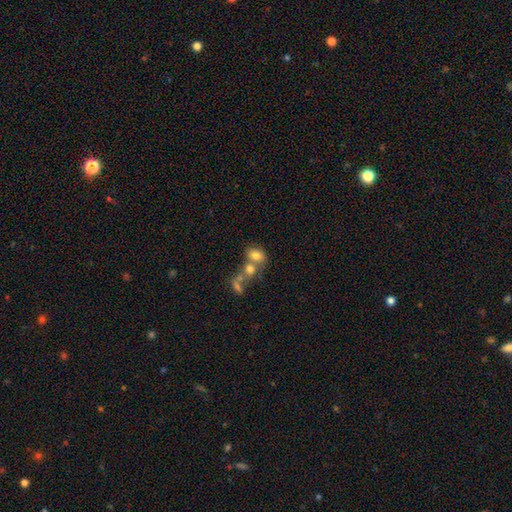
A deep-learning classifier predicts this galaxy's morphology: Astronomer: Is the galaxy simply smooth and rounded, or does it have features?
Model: smooth — 73%.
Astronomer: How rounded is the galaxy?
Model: in between — 72%.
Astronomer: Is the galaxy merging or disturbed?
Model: merger — 54% (runner-up: none, 31%).